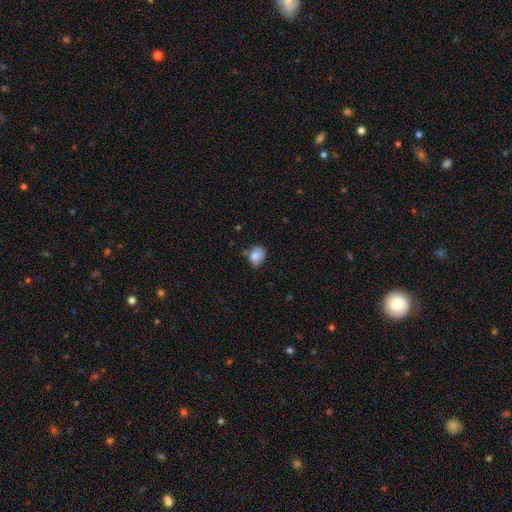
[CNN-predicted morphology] smooth_or_featured: smooth (p=0.85) [alt: star or artifact p=0.09]
how_rounded: in between (p=0.57) [alt: round p=0.42]
merging: none (p=0.60) [alt: minor disturbance p=0.29]